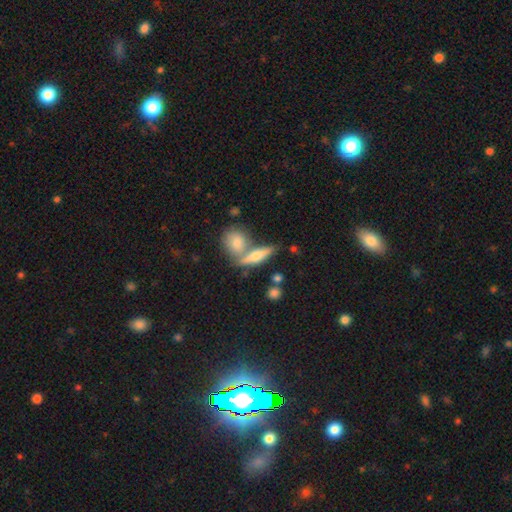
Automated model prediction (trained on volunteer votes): Overall: smooth (50%; featured or disk 43%). Merging: none (54%; merger 32%).